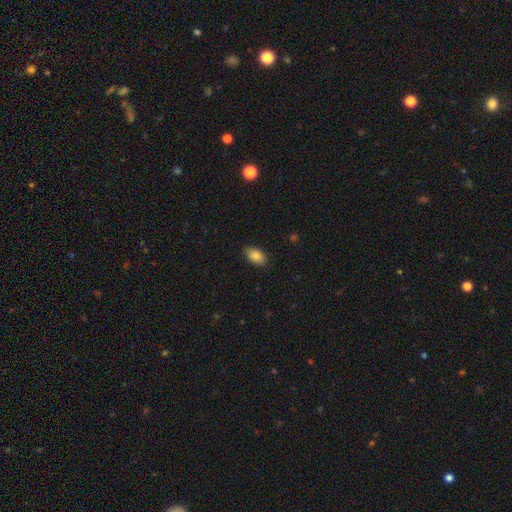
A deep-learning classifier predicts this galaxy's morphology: smooth 84%, featured or disk 8%, star or artifact 8%. Down the decision tree: how rounded — in between (92%); merging — none (88%).